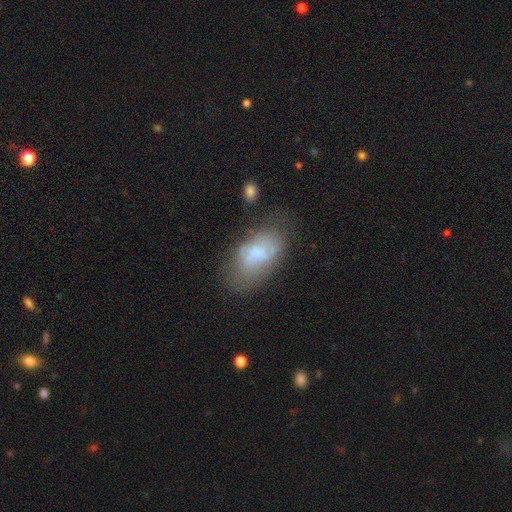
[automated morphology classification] A smooth galaxy with no disk features (62%) that is in between round and cigar-shaped (92%).

Vote fractions:
- Smooth or featured? smooth: 62% / featured or disk: 28% / star or artifact: 9%
- How rounded? in between: 92% / round: 5% / cigar-shaped: 3%
- Merging? none: 63% / minor disturbance: 24% / major disturbance: 10% / merger: 4%